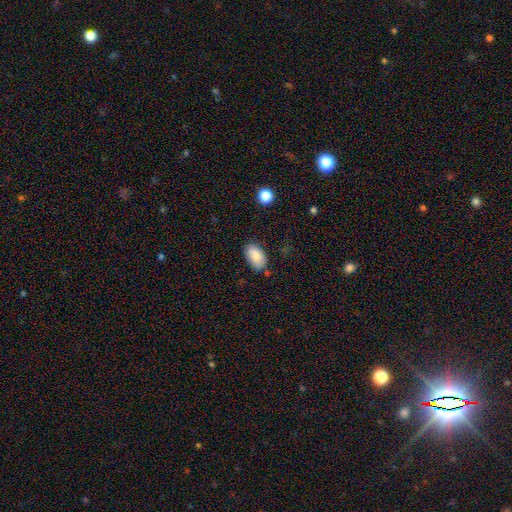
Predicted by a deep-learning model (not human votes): Smooth or featured?
  - smooth: 84% *
  - featured or disk: 9%
  - star or artifact: 7%
How rounded?
  - in between: 92% *
  - round: 6%
  - cigar-shaped: 1%
Merging?
  - none: 76% *
  - minor disturbance: 18%
  - major disturbance: 3%
  - merger: 3%